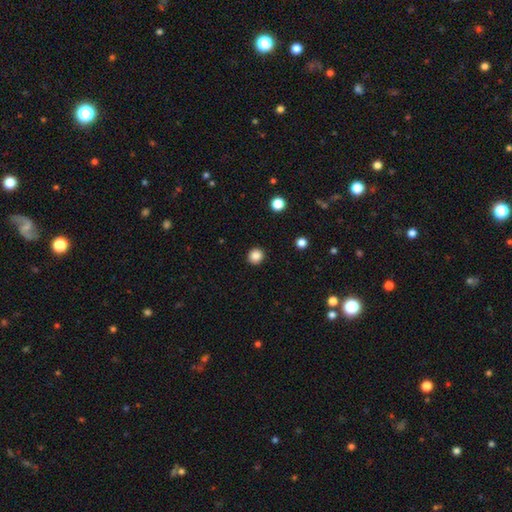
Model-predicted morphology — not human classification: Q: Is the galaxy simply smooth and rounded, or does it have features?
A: smooth — 86%.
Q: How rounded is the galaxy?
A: round — 91%.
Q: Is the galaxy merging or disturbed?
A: none — 92%.